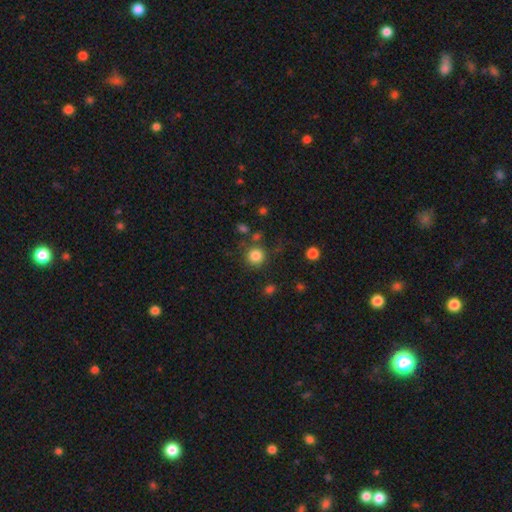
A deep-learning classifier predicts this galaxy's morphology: Smooth or featured? Predicted: smooth (p=0.83). How rounded? Predicted: round (p=0.93). Merging? Predicted: none (p=0.79).